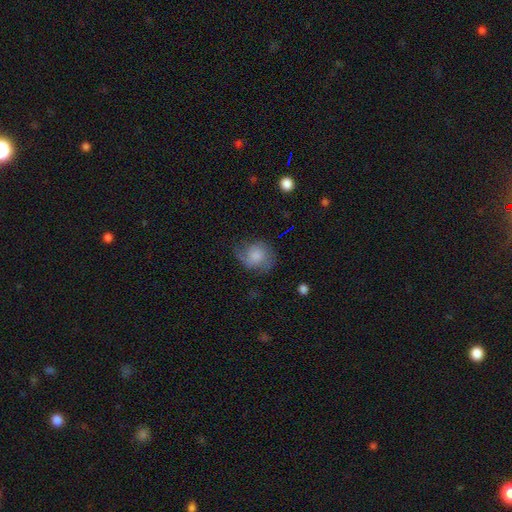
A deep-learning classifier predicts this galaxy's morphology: This is likely a smooth galaxy (60%). How rounded: likely round (73%). Merging: possibly none (51%).